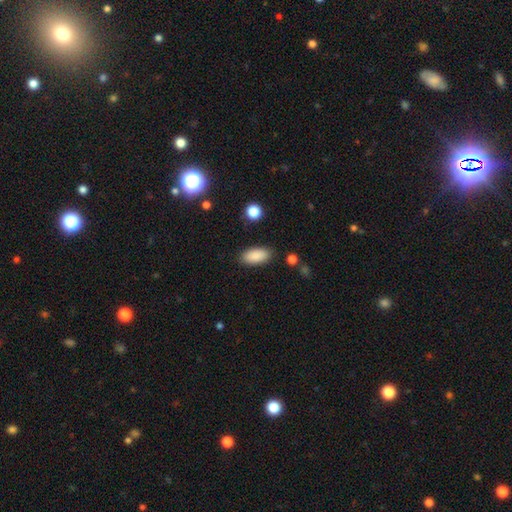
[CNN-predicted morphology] Smooth or featured? smooth (89%)
How rounded? in between (90%)
Merging? none (87%)